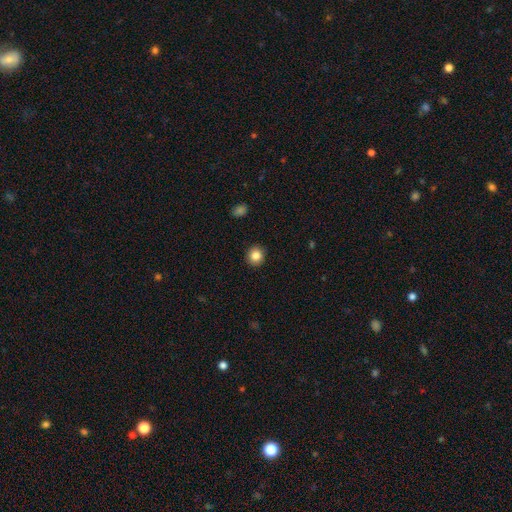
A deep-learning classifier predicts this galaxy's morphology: A smooth galaxy with no disk features (84%) that is round (89%).

Vote fractions:
- Smooth or featured? smooth: 84% / star or artifact: 10% / featured or disk: 6%
- How rounded? round: 89% / in between: 10% / cigar-shaped: 1%
- Merging? none: 92% / minor disturbance: 5% / major disturbance: 2% / merger: 1%